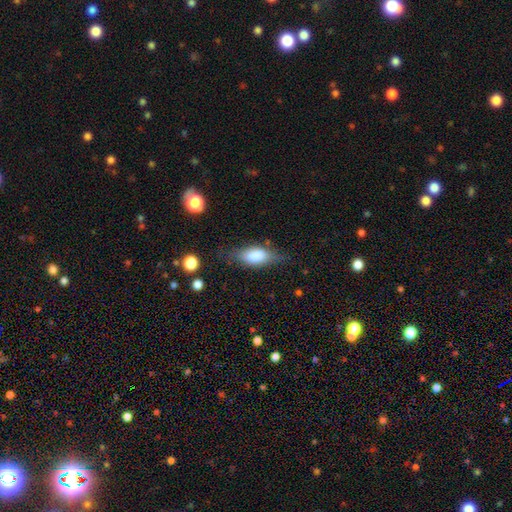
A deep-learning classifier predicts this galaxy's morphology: The model was most divided on "merging": none: 64%, minor disturbance: 25%, major disturbance: 9%, merger: 3%. More confident: how rounded — in between (79%); smooth or featured — smooth (72%).